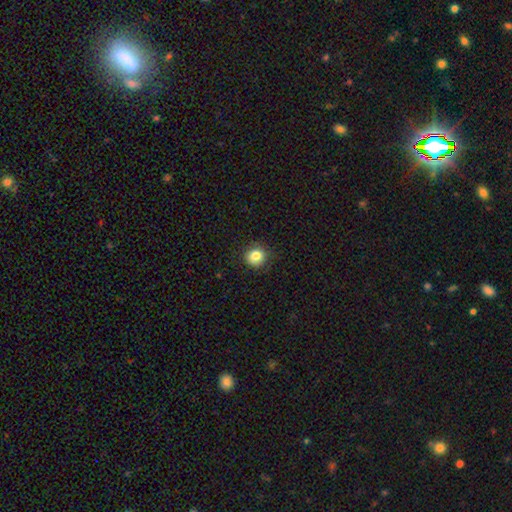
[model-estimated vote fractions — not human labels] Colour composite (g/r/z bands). It shows a smooth galaxy with no disk features (83%) that is round (90%). Merging: none (87%).